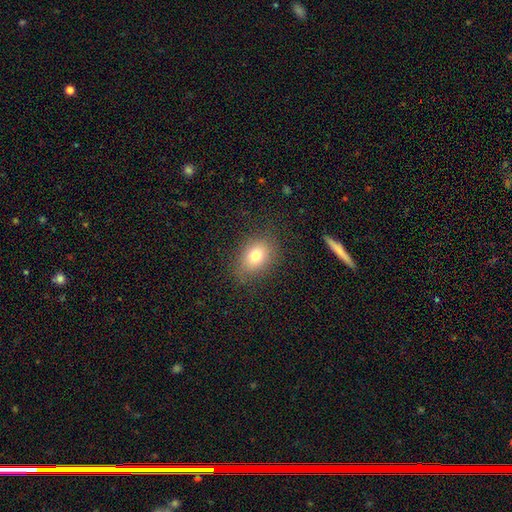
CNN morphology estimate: smooth 75%, featured or disk 13%, star or artifact 12%. Down the decision tree: how rounded — in between (58%); merging — none (80%).